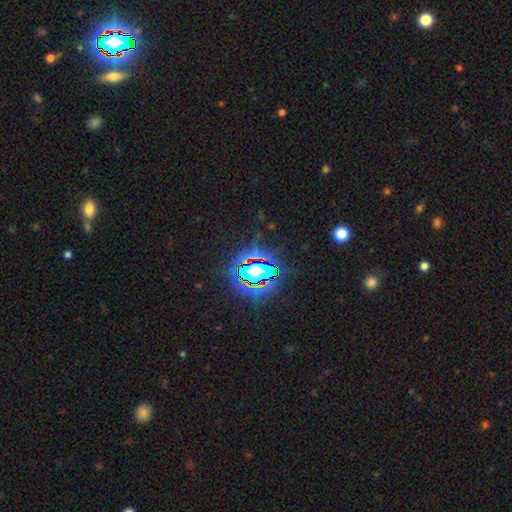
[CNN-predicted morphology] The model was most divided on "smooth or featured": star or artifact: 82%, smooth: 11%, featured or disk: 8%.